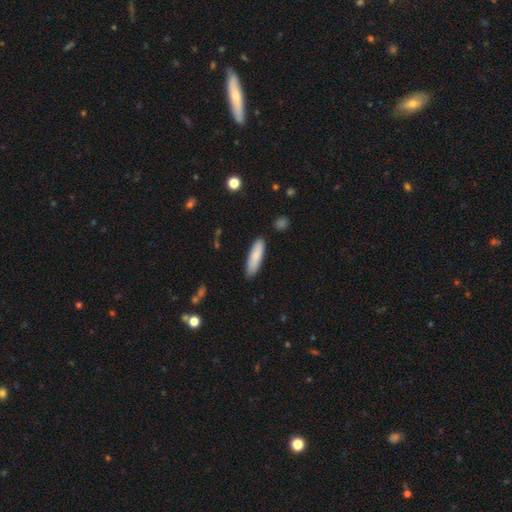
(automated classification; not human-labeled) Smooth or featured? Predicted: smooth (p=0.86). How rounded? Predicted: cigar-shaped (p=0.66). Merging? Predicted: none (p=0.86).